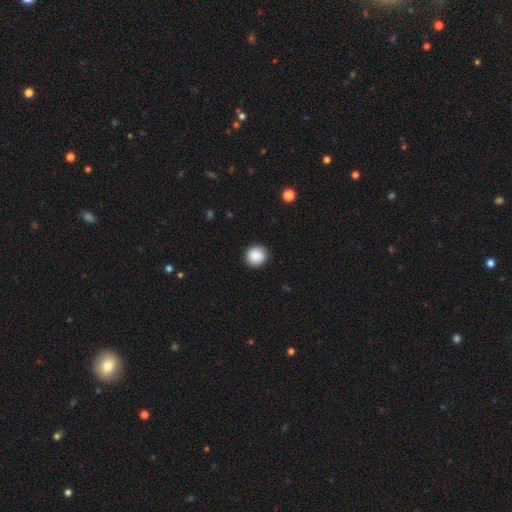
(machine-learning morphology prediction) Smooth or featured: smooth — 89% (star or artifact — 8%)
How rounded: round — 92% (in between — 7%)
Merging: none — 91% (minor disturbance — 6%)